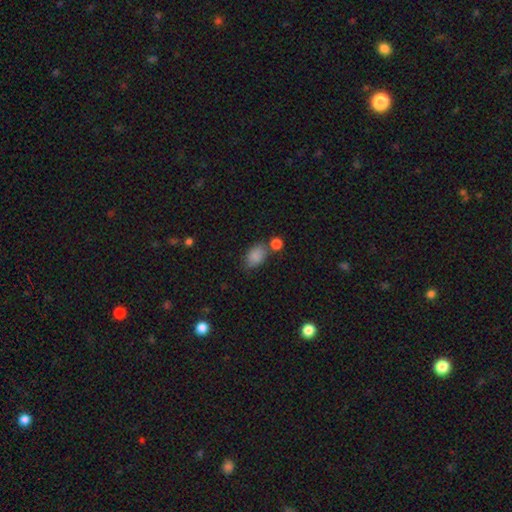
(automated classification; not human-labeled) This is clearly a smooth galaxy (86%). How rounded: clearly in between (87%). Merging: likely none (62%).